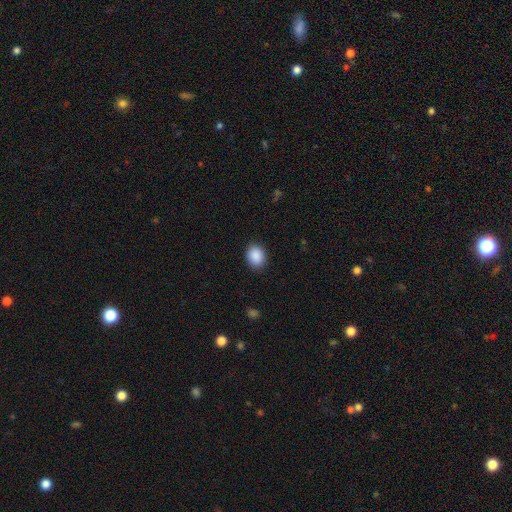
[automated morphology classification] Smooth or featured? Predicted: smooth (p=0.90). How rounded? Predicted: in between (p=0.52). Merging? Predicted: none (p=0.89).